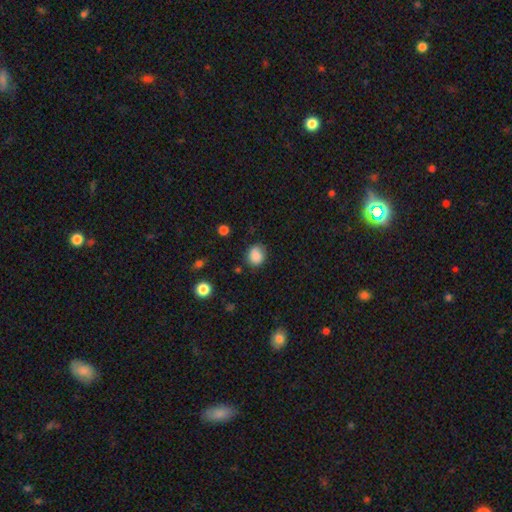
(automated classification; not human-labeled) A smooth galaxy with no disk features (86%) that is round (72%). Merging: none (75%).